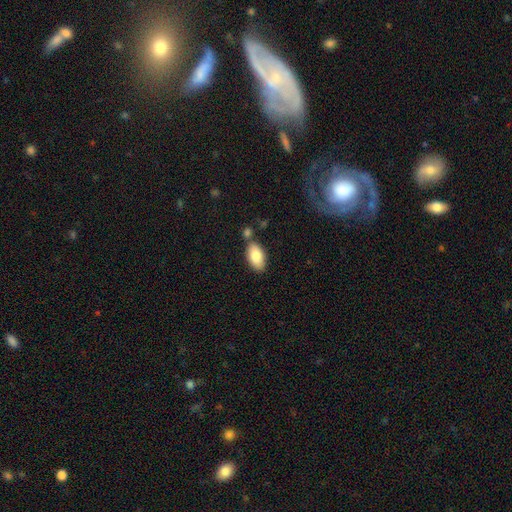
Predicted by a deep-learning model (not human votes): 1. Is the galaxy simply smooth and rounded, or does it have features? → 84% smooth, 10% featured or disk, 6% star or artifact.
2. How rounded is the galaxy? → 94% in between, 3% round, 3% cigar-shaped.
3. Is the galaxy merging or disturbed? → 72% none, 13% minor disturbance, 12% merger, 3% major disturbance.